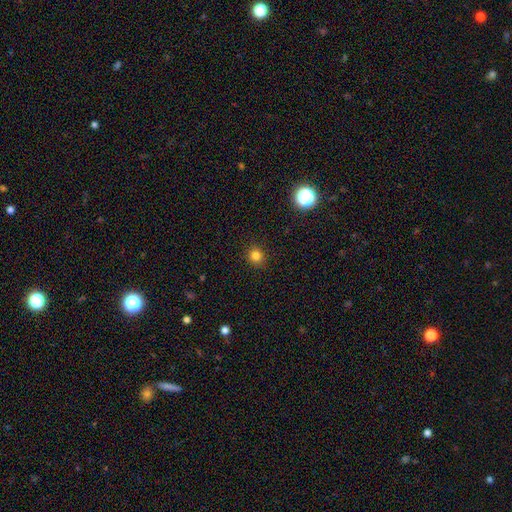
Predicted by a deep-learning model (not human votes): Smooth or featured: smooth — 81% (star or artifact — 14%)
How rounded: round — 86% (in between — 13%)
Merging: none — 90% (minor disturbance — 7%)